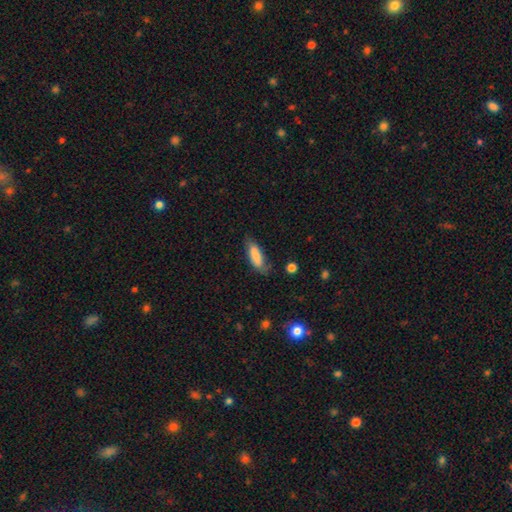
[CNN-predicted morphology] type=smooth (80%); roundness=in between (58%); merging=none (67%).